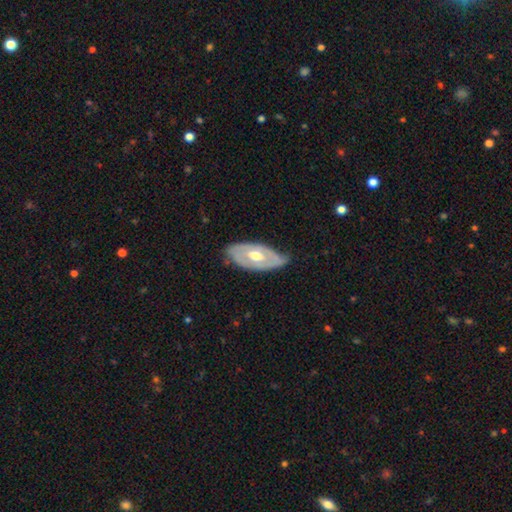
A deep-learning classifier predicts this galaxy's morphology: Smooth or featured? featured or disk (66%)
Edge-on disk? no (85%)
Bar? no (73%)
Spiral arms? no (64%)
Bulge size? moderate (76%)
Merging? none (68%)